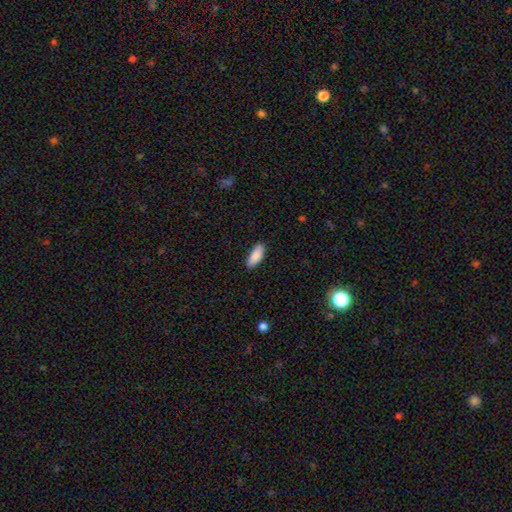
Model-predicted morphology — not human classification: Smooth or featured: smooth — 89% (star or artifact — 6%)
How rounded: in between — 82% (cigar-shaped — 17%)
Merging: none — 86% (minor disturbance — 11%)